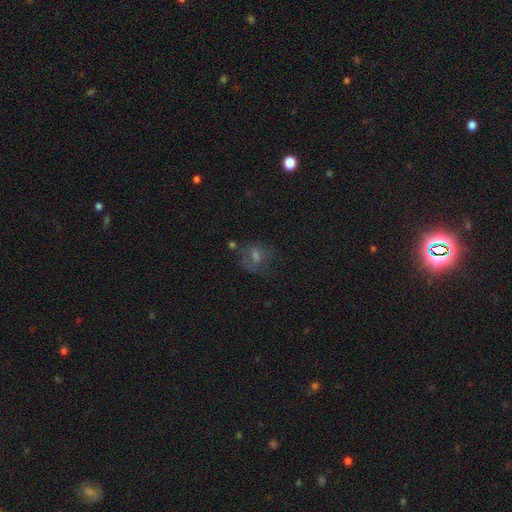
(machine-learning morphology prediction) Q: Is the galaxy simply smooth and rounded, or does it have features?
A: smooth — 41%.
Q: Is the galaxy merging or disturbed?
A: none — 59%.